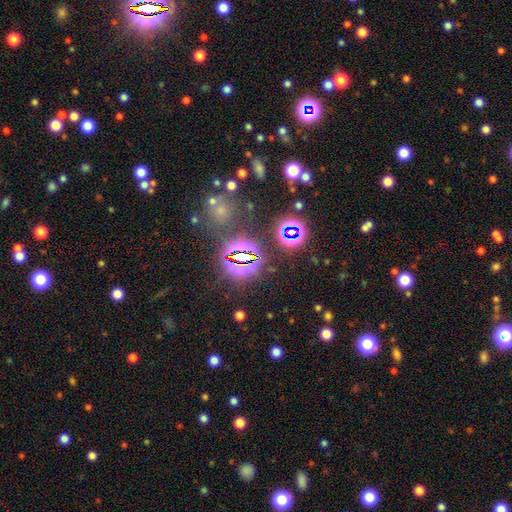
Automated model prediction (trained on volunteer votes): star or artifact 79%, smooth 13%, featured or disk 8%.